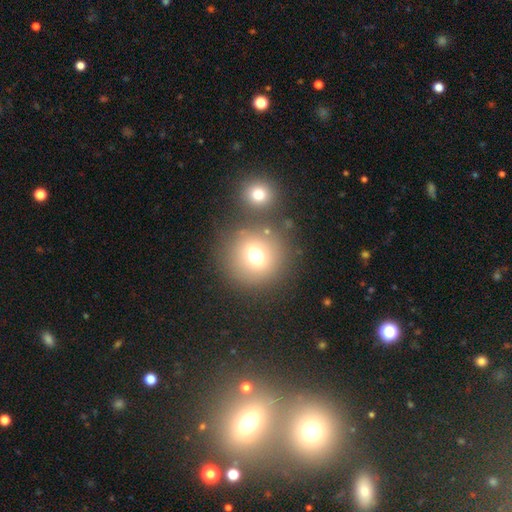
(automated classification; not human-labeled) Smooth or featured? Predicted: smooth (p=0.69). How rounded? Predicted: round (p=0.92). Merging? Predicted: none (p=0.70).